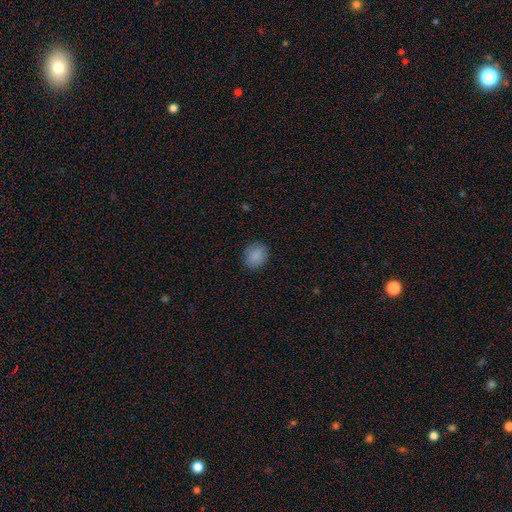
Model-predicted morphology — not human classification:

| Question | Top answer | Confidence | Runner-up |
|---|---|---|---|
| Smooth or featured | smooth | 87% | star or artifact (9%) |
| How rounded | round | 71% | in between (28%) |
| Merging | none | 86% | minor disturbance (10%) |